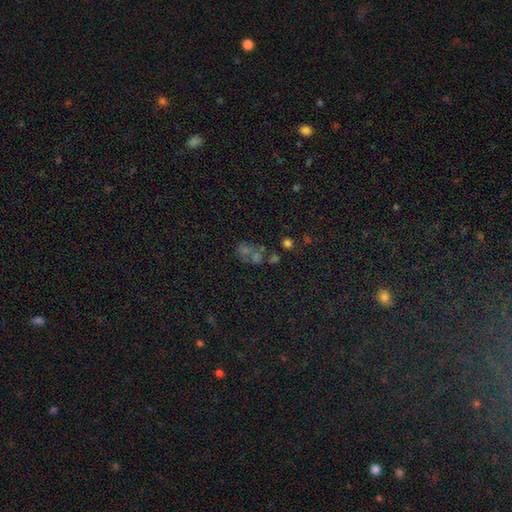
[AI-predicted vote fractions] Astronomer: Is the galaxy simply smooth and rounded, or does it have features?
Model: star or artifact — 41% (runner-up: smooth, 39%).